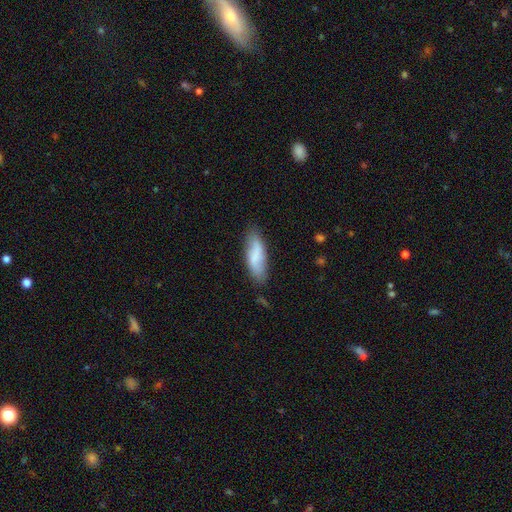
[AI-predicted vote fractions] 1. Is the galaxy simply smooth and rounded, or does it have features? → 70% smooth, 23% featured or disk, 6% star or artifact.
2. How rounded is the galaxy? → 63% in between, 35% cigar-shaped, 2% round.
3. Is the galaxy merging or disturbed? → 73% none, 20% minor disturbance, 4% major disturbance, 2% merger.